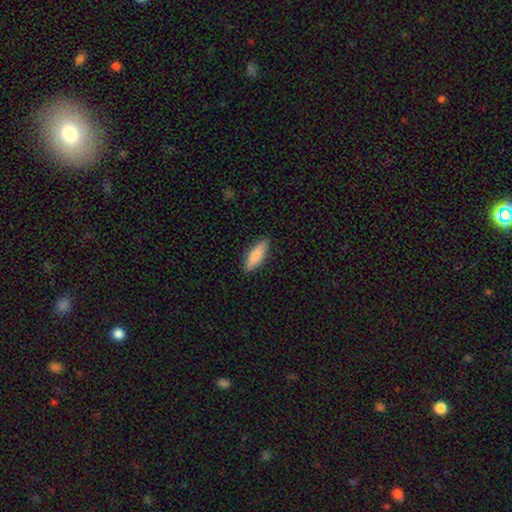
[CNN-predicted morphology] A smooth galaxy with no disk features (77%) that is cigar-shaped (51%).

Vote fractions:
- Smooth or featured? smooth: 77% / featured or disk: 17% / star or artifact: 6%
- How rounded? cigar-shaped: 51% / in between: 47% / round: 2%
- Merging? none: 88% / minor disturbance: 9% / major disturbance: 2% / merger: 1%